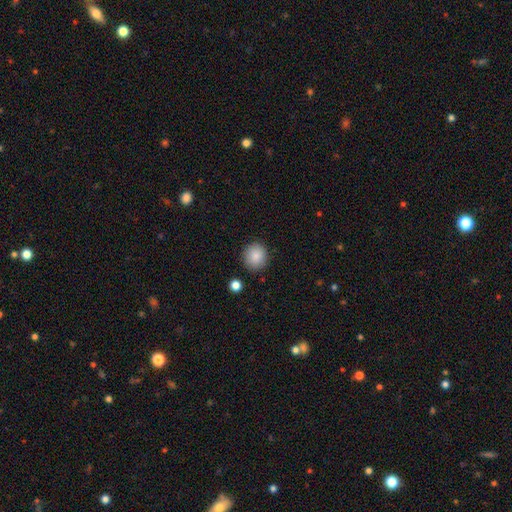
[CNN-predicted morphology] smooth_or_featured: smooth (p=0.87) [alt: star or artifact p=0.08]
how_rounded: round (p=0.88) [alt: in between p=0.12]
merging: none (p=0.88) [alt: minor disturbance p=0.07]